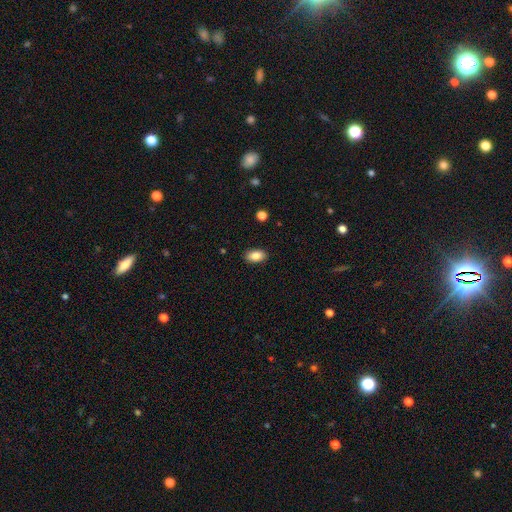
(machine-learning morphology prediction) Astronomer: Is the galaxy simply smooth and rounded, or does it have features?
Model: smooth — 86%.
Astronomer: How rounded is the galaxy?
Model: in between — 91%.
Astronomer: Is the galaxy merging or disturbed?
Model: none — 89%.